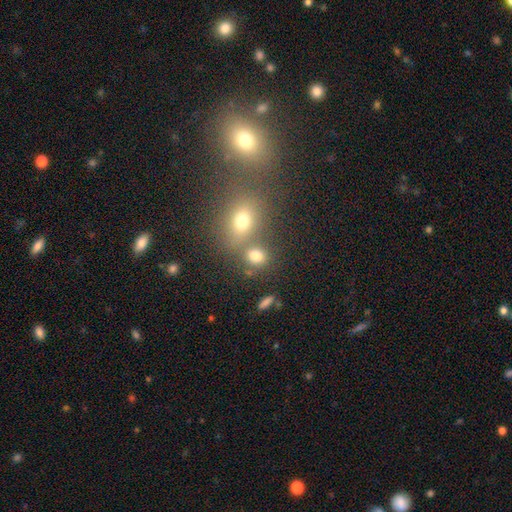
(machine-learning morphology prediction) type=smooth (75%); roundness=round (61%); merging=none (55%).